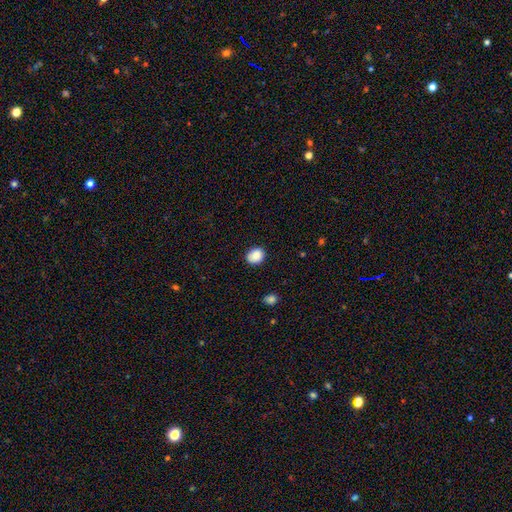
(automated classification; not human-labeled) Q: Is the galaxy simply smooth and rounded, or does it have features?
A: smooth — 88%.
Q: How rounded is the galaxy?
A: round — 58%.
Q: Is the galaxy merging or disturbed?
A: none — 85%.